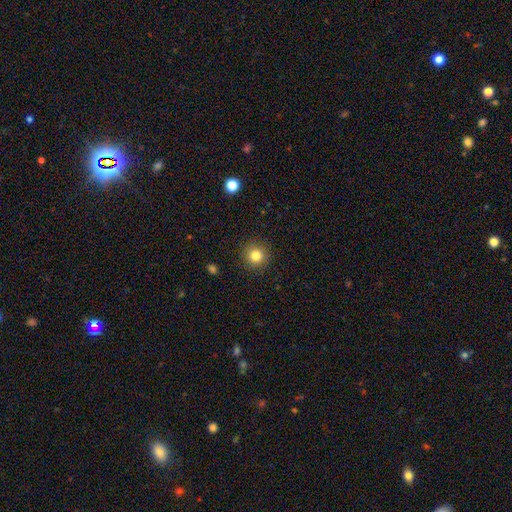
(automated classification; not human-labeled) This is clearly a smooth galaxy (82%). How rounded: clearly round (94%). Merging: clearly none (91%).